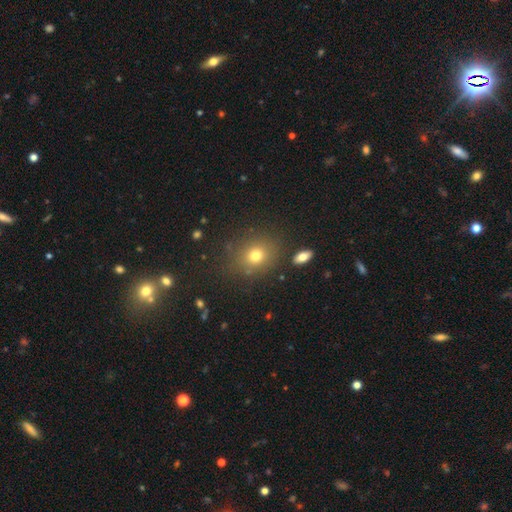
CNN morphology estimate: A smooth galaxy with no disk features (74%) that is round (72%). Merging: none (81%).